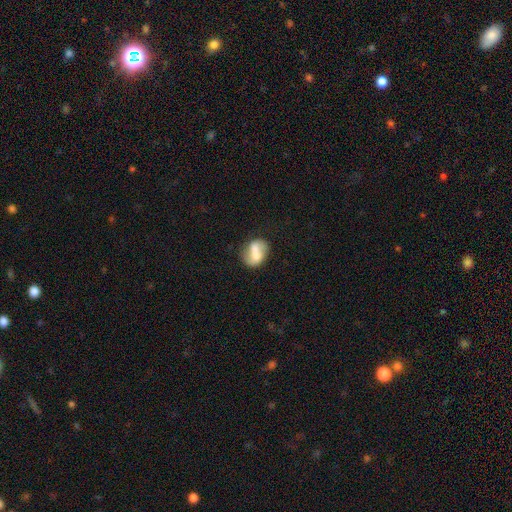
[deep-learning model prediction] The model was most divided on "smooth or featured": smooth: 48%, featured or disk: 44%, star or artifact: 8%. Remaining: merging — none (49%).